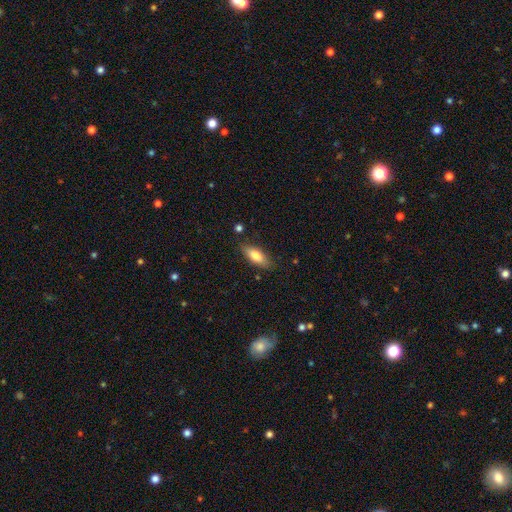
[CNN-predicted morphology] Q: Smooth or featured?
A: smooth (78%); runner-up: featured or disk (16%)
Q: How rounded?
A: in between (72%); runner-up: cigar-shaped (26%)
Q: Merging?
A: none (81%); runner-up: minor disturbance (14%)